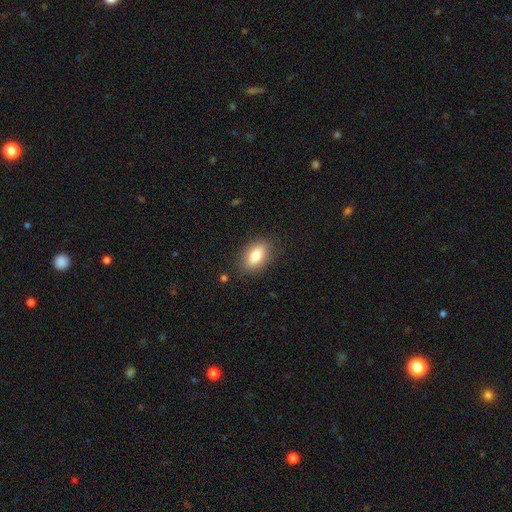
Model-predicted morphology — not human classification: type=smooth (77%); roundness=in between (86%); merging=none (86%).